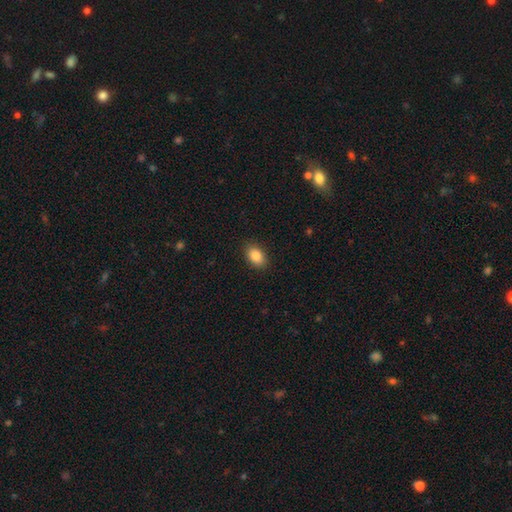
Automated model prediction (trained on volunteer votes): smooth_or_featured: smooth (p=0.86) [alt: star or artifact p=0.08]
how_rounded: in between (p=0.87) [alt: round p=0.12]
merging: none (p=0.89) [alt: minor disturbance p=0.08]